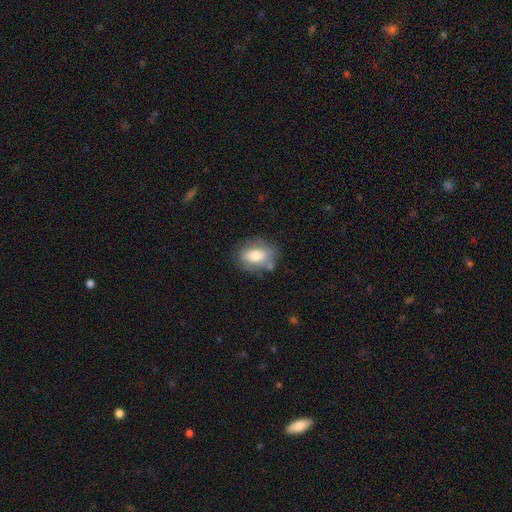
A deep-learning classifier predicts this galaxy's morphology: A smooth galaxy with no disk features (72%) that is in between round and cigar-shaped (72%). Merging: none (66%).